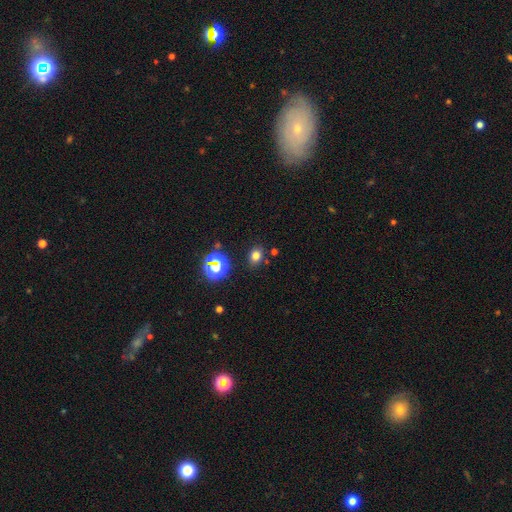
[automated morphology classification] Smooth or featured? smooth (72%)
How rounded? in between (54%)
Merging? none (83%)